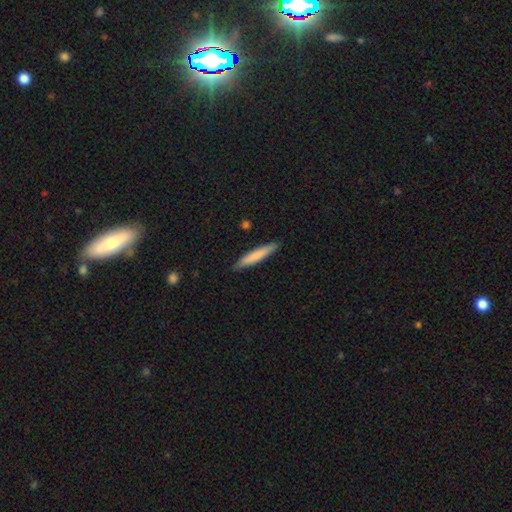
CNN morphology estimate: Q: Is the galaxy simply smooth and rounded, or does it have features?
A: smooth — 78%.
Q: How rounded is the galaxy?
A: cigar-shaped — 92%.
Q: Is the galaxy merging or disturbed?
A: none — 89%.